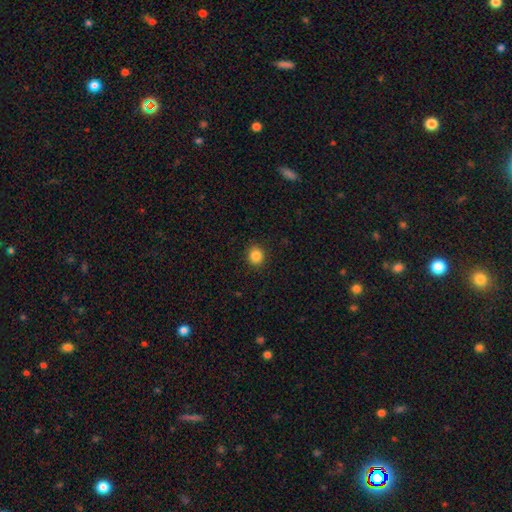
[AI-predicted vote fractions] A smooth galaxy with no disk features (85%) that is round (88%).

Vote fractions:
- Smooth or featured? smooth: 85% / star or artifact: 11% / featured or disk: 4%
- How rounded? round: 88% / in between: 11% / cigar-shaped: 1%
- Merging? none: 91% / minor disturbance: 6% / major disturbance: 2% / merger: 1%